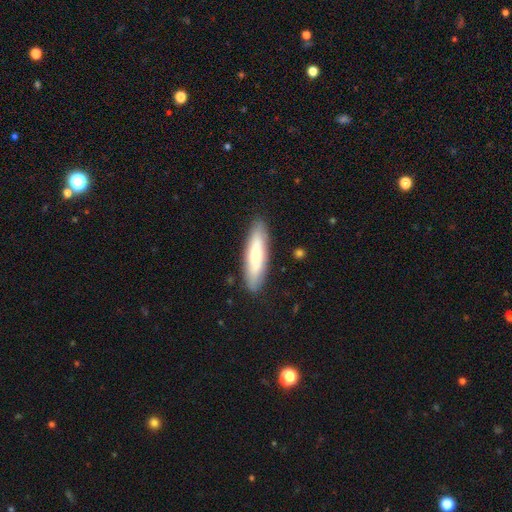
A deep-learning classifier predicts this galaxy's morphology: Smooth or featured?
  - smooth: 72% *
  - featured or disk: 22%
  - star or artifact: 5%
How rounded?
  - cigar-shaped: 73% *
  - in between: 26%
  - round: 2%
Merging?
  - none: 87% *
  - minor disturbance: 10%
  - major disturbance: 2%
  - merger: 1%